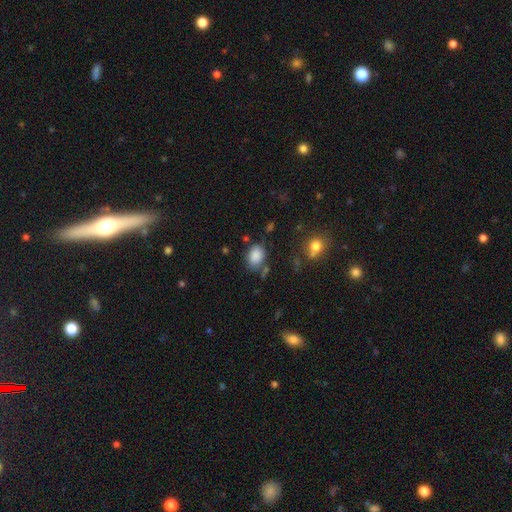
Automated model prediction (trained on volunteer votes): Smooth or featured: smooth — 86% (star or artifact — 9%)
How rounded: in between — 69% (round — 30%)
Merging: none — 70% (minor disturbance — 18%)